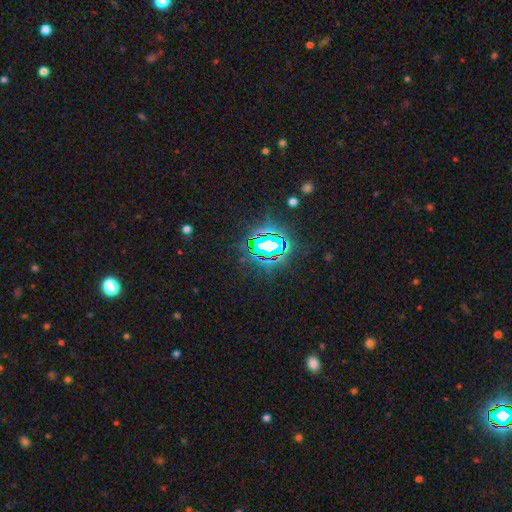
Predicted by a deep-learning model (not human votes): Smooth or featured: star or artifact — 83% (smooth — 10%)